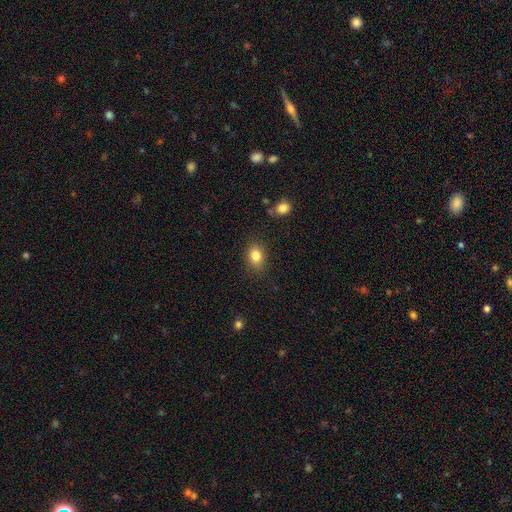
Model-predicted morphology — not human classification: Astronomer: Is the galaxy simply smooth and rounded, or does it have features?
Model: smooth — 83%.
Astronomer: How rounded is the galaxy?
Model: in between — 57% (runner-up: round, 42%).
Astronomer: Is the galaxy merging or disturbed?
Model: none — 83%.